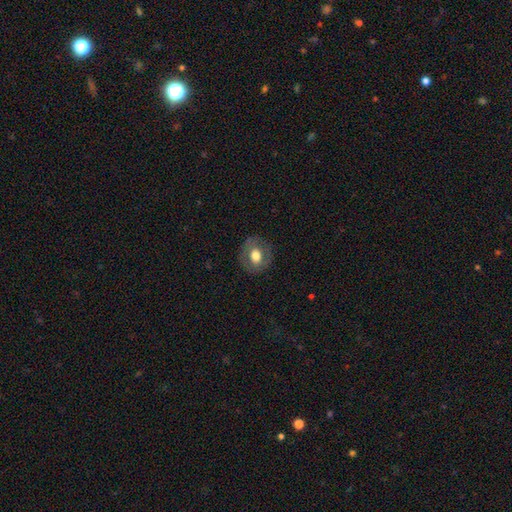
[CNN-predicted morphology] A smooth galaxy with no disk features (58%) that is round (69%).

Vote fractions:
- Smooth or featured? smooth: 58% / featured or disk: 34% / star or artifact: 8%
- How rounded? round: 69% / in between: 30% / cigar-shaped: 1%
- Merging? none: 83% / minor disturbance: 12% / major disturbance: 5% / merger: 1%